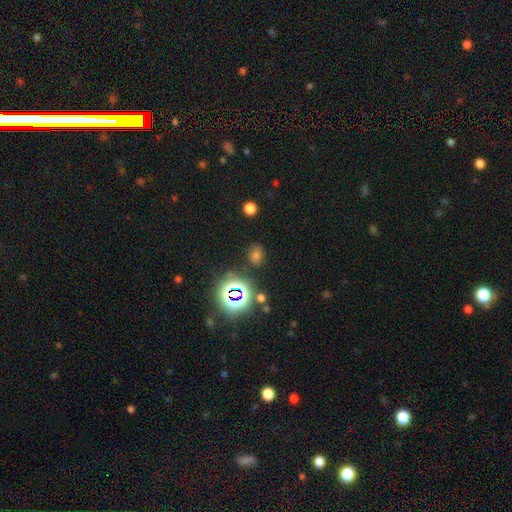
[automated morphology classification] smooth 56%, star or artifact 36%, featured or disk 7%. Down the decision tree: how rounded — round (50%); merging — none (81%).